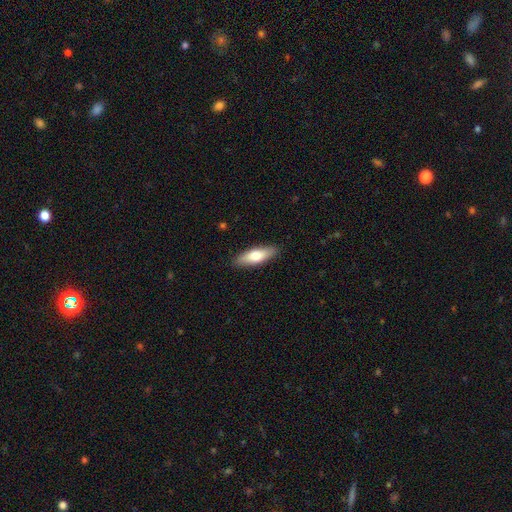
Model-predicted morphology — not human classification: smooth-or-featured: smooth: 70% | featured or disk: 24% | star or artifact: 6%
  how-rounded: in between: 52% | cigar-shaped: 46% | round: 2%
  merging: none: 89% | minor disturbance: 8% | major disturbance: 2% | merger: 1%